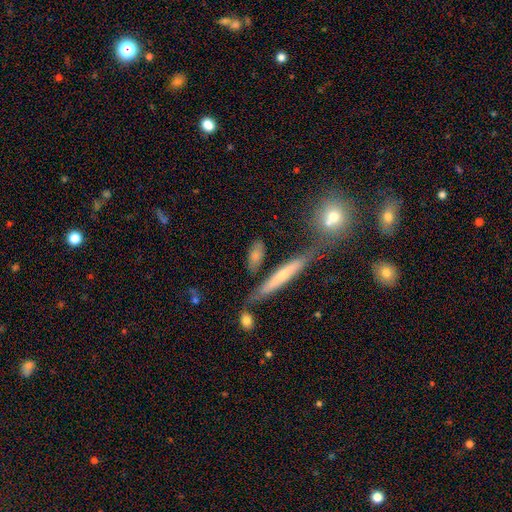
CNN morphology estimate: Overall: smooth (73%). How rounded: in between (63%; cigar-shaped 31%). Merging: none (68%).